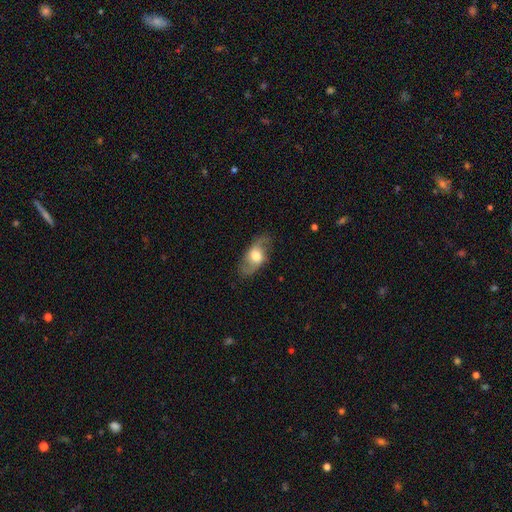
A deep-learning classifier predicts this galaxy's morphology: smooth_or_featured: featured or disk (p=0.55) [alt: smooth p=0.38]
disk_edge_on: no (p=0.87) [alt: yes p=0.13]
merging: none (p=0.75) [alt: minor disturbance p=0.17]